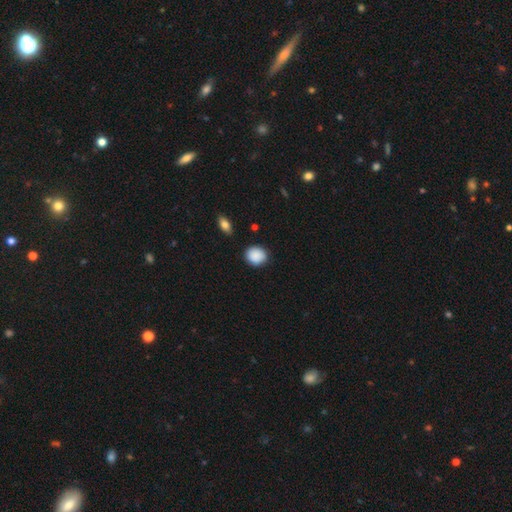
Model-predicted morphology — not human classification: This appears to be a smooth galaxy with no disk features (90%) that is round (70%). Merging: none (84%).